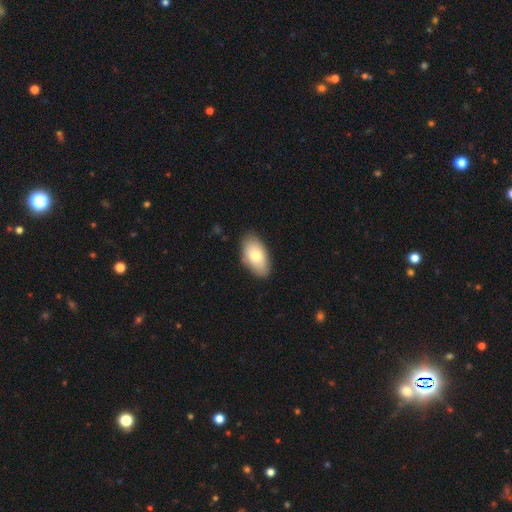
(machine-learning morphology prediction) Q: Smooth or featured?
A: smooth (75%); runner-up: featured or disk (19%)
Q: How rounded?
A: in between (94%); runner-up: round (4%)
Q: Merging?
A: none (83%); runner-up: minor disturbance (13%)